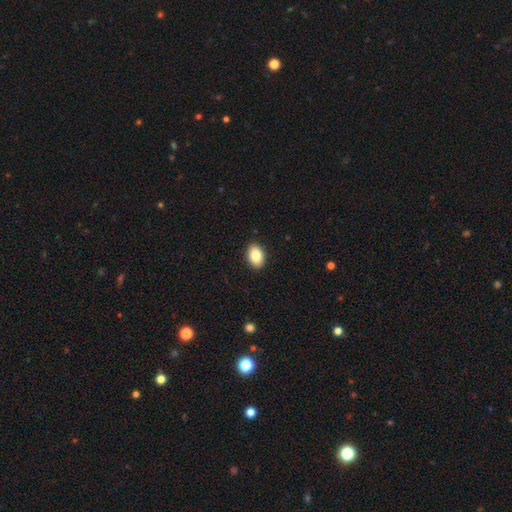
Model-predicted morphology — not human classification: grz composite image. It shows a smooth galaxy with no disk features (84%) that is in between round and cigar-shaped (85%). Merging: none (91%).